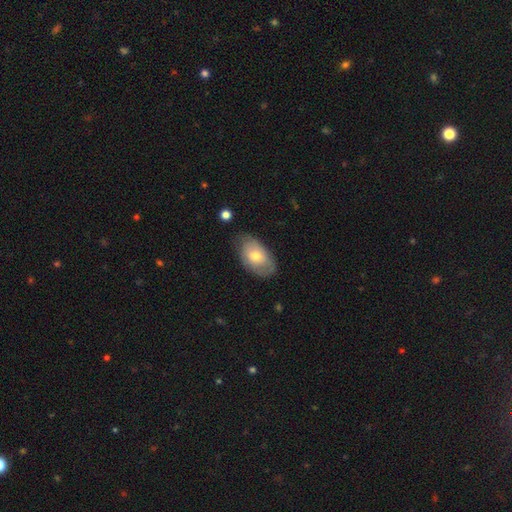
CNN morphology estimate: Smooth or featured?
  - smooth: 62% *
  - featured or disk: 32%
  - star or artifact: 6%
How rounded?
  - in between: 91% *
  - round: 8%
  - cigar-shaped: 1%
Merging?
  - none: 67% *
  - minor disturbance: 26%
  - major disturbance: 6%
  - merger: 2%